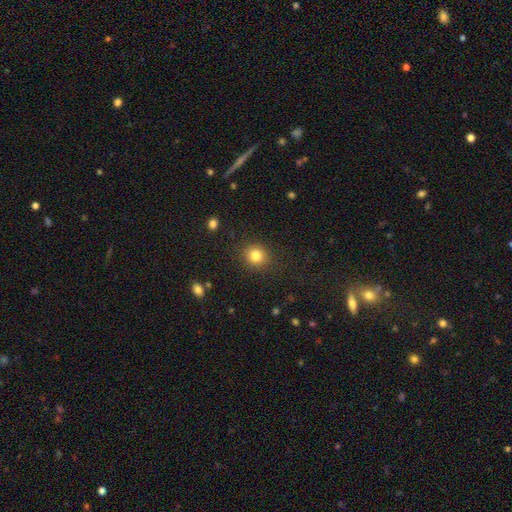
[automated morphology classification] smooth_or_featured: smooth (p=0.83) [alt: star or artifact p=0.11]
how_rounded: round (p=0.83) [alt: in between p=0.16]
merging: none (p=0.88) [alt: minor disturbance p=0.08]